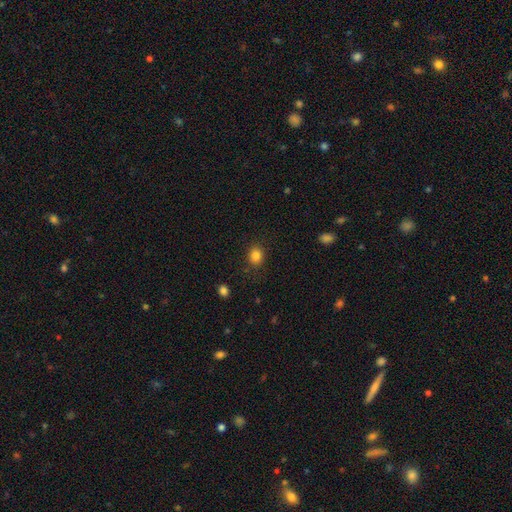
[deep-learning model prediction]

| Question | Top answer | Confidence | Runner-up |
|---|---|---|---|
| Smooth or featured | smooth | 84% | star or artifact (11%) |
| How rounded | round | 63% | in between (36%) |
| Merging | none | 85% | minor disturbance (10%) |